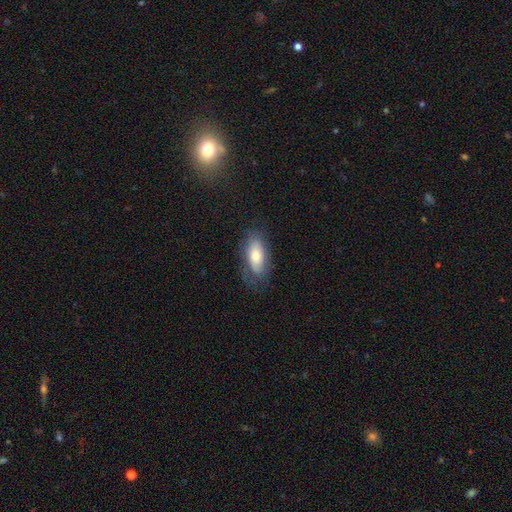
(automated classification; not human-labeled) smooth_or_featured: smooth (p=0.64) [alt: featured or disk p=0.28]
how_rounded: in between (p=0.83) [alt: cigar-shaped p=0.14]
merging: none (p=0.68) [alt: minor disturbance p=0.21]